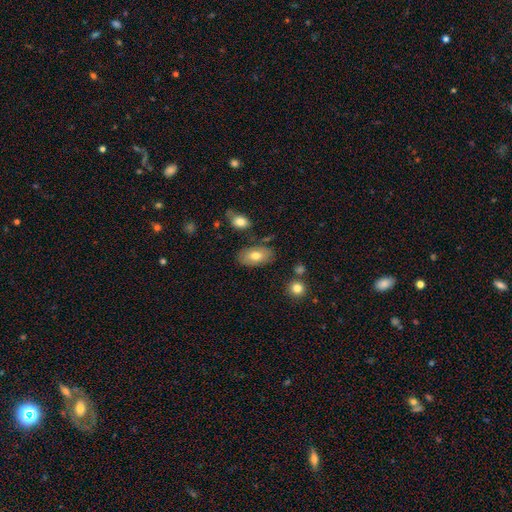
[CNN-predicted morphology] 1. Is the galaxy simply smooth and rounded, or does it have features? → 72% smooth, 22% featured or disk, 7% star or artifact.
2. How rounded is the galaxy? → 93% in between, 5% round, 2% cigar-shaped.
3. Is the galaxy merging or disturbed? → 78% none, 15% minor disturbance, 4% merger, 3% major disturbance.